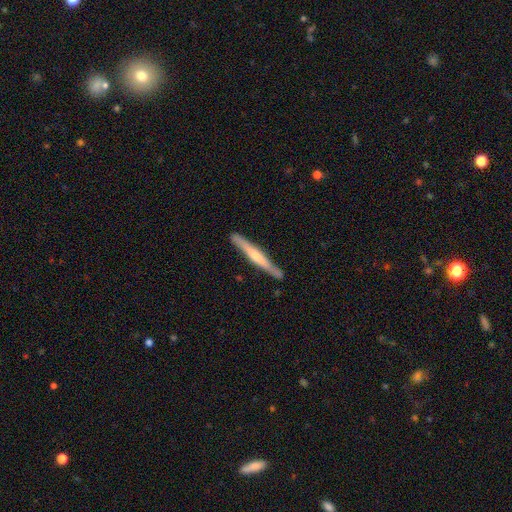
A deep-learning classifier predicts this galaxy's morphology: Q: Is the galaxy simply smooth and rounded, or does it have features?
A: featured or disk — 54%.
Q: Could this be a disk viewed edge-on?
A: yes — 95%.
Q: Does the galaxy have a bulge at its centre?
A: rounded — 56%.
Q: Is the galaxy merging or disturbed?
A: none — 85%.